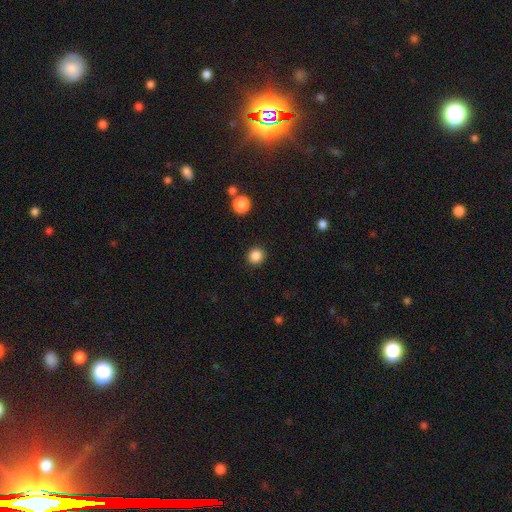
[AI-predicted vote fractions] Overall: smooth (86%). How rounded: round (92%). Merging: none (91%).